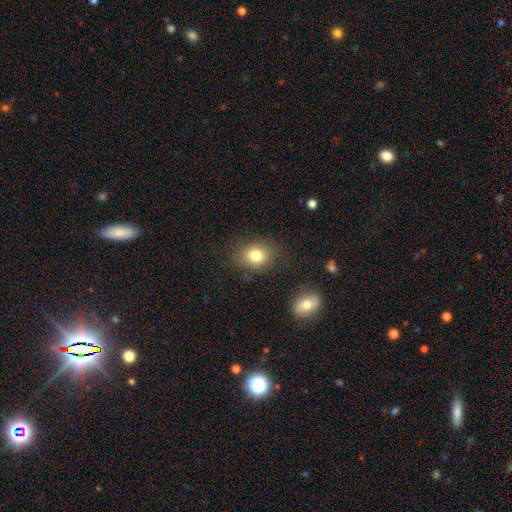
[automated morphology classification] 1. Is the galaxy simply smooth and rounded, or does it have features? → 80% smooth, 11% star or artifact, 9% featured or disk.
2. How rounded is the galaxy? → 59% round, 40% in between, 1% cigar-shaped.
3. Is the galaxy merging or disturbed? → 81% none, 12% minor disturbance, 4% major disturbance, 3% merger.